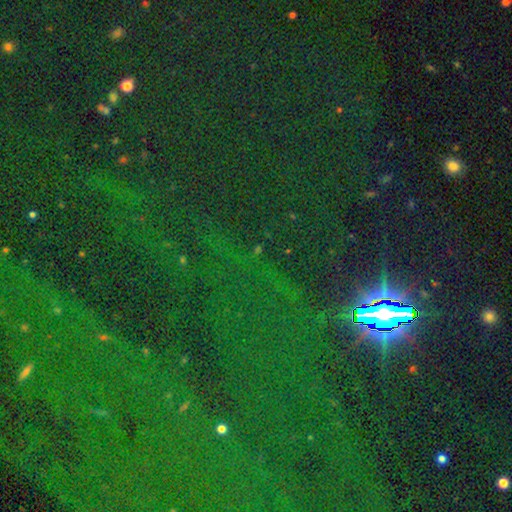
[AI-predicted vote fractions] Morphology: type=star or artifact (86%).